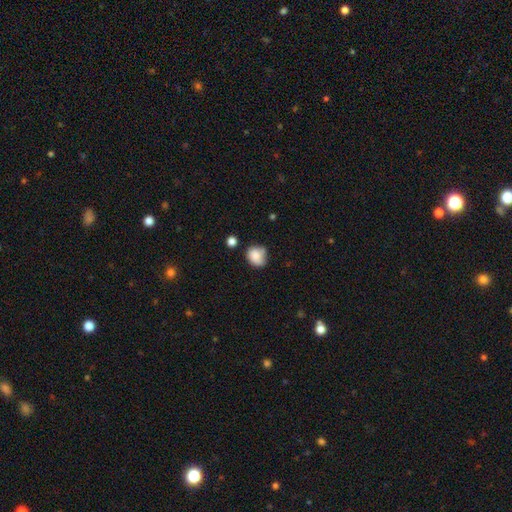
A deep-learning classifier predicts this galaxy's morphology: This is clearly a smooth galaxy (82%). How rounded: likely round (63%). Merging: possibly none (53%).